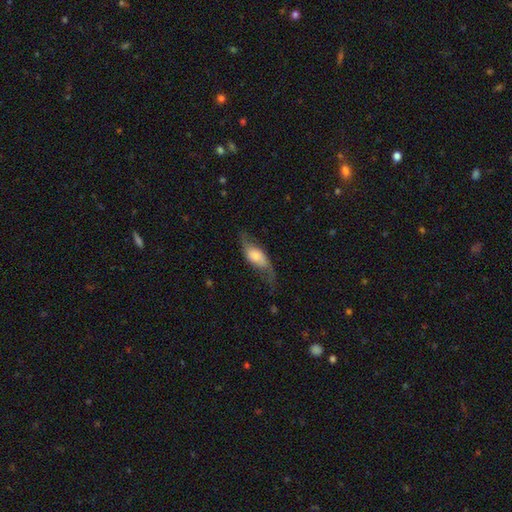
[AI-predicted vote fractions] Smooth or featured? featured or disk (55%)
Edge-on disk? no (80%)
Merging? none (53%)